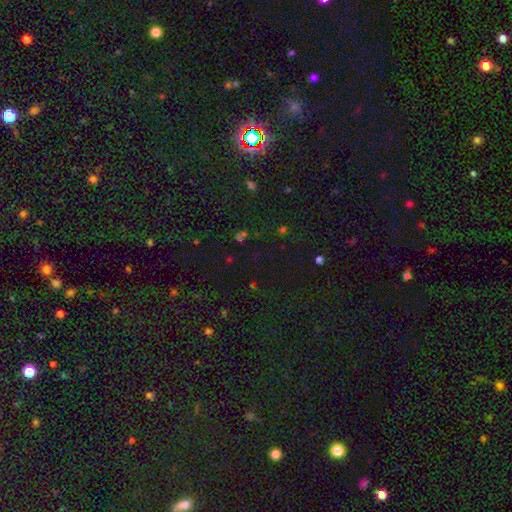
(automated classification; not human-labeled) Q: Smooth or featured?
A: star or artifact (60%); runner-up: smooth (31%)